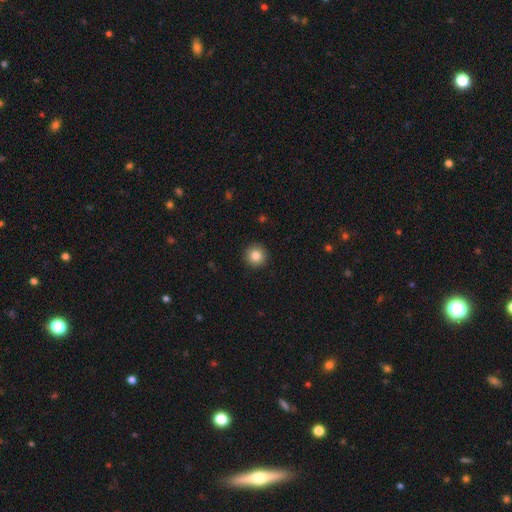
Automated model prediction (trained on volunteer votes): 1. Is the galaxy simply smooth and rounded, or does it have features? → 84% smooth, 10% star or artifact, 6% featured or disk.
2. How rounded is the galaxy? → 95% round, 4% in between, 1% cigar-shaped.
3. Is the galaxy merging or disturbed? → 93% none, 5% minor disturbance, 2% major disturbance, 1% merger.